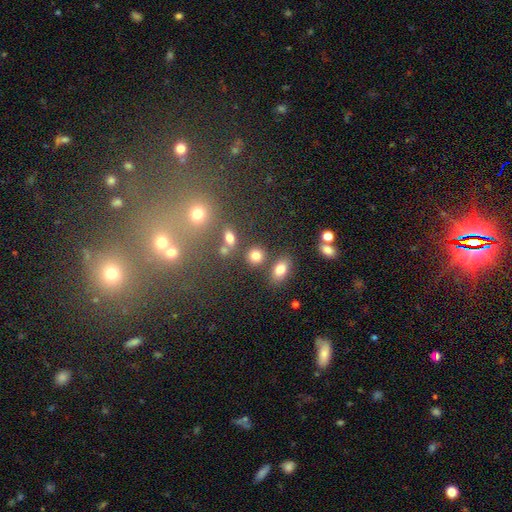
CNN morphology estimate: Q: Smooth or featured?
A: smooth (78%); runner-up: star or artifact (13%)
Q: How rounded?
A: round (60%); runner-up: in between (38%)
Q: Merging?
A: none (72%); runner-up: merger (13%)